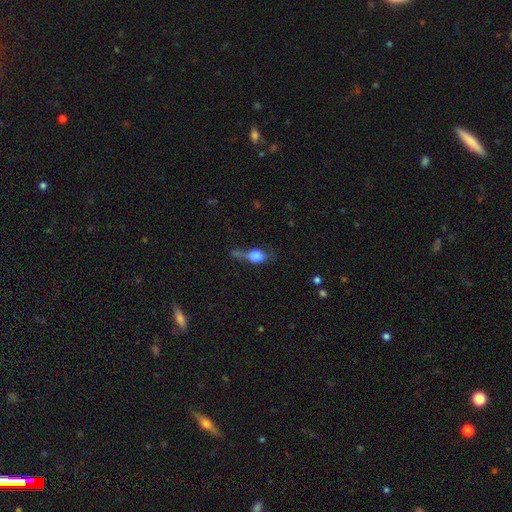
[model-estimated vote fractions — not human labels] The model was most divided on "merging": none: 32%, major disturbance: 27%, minor disturbance: 27%, merger: 14%. More confident: smooth or featured — smooth (69%); how rounded — in between (66%).